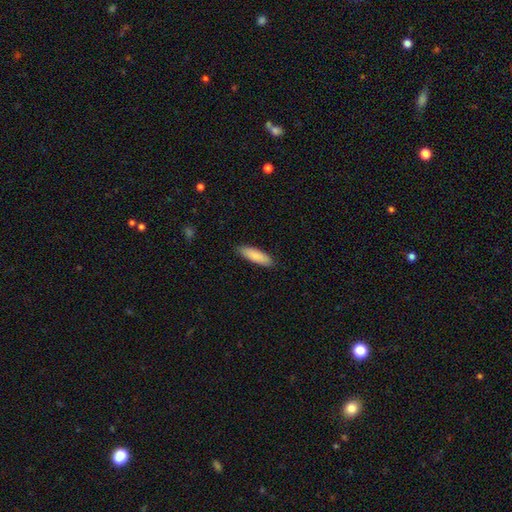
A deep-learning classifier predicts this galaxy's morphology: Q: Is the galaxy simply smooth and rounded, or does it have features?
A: smooth — 87%.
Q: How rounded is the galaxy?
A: cigar-shaped — 54%.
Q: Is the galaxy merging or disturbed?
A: none — 89%.